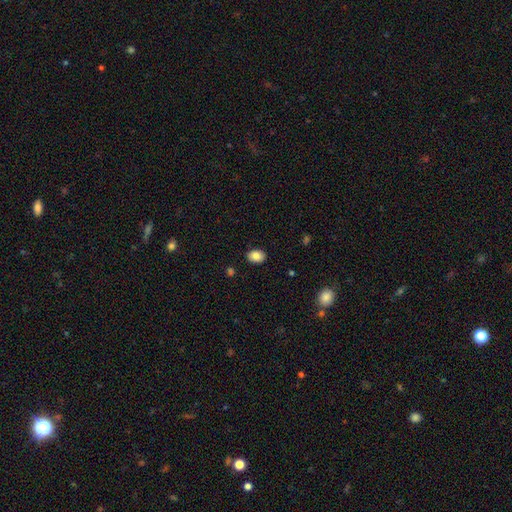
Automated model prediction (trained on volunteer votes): A smooth galaxy with no disk features (84%) that is in between round and cigar-shaped (80%). Merging: none (88%).